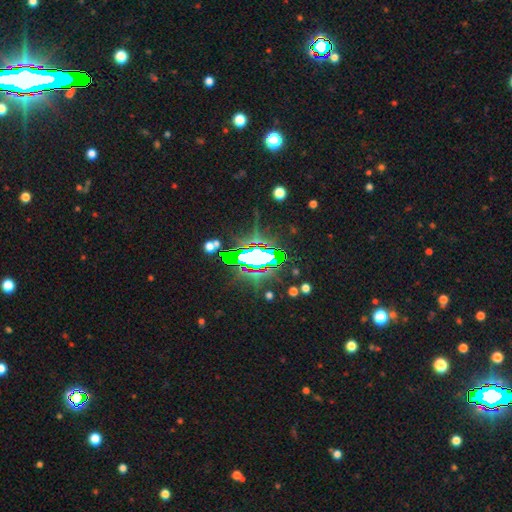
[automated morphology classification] This appears to be a star or artifact, not a galaxy (63%).